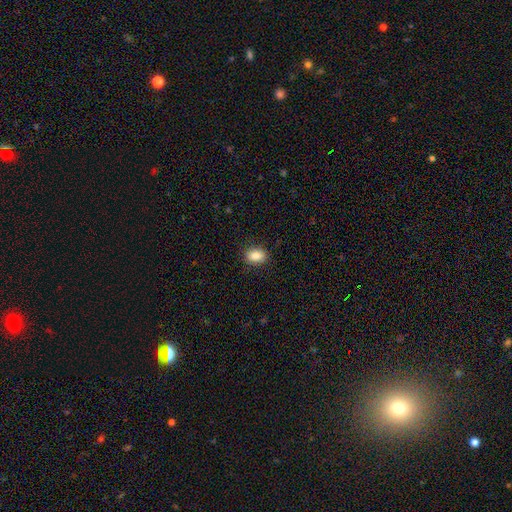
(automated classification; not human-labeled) smooth_or_featured: smooth (p=0.86) [alt: star or artifact p=0.08]
how_rounded: in between (p=0.70) [alt: round p=0.29]
merging: none (p=0.88) [alt: minor disturbance p=0.09]